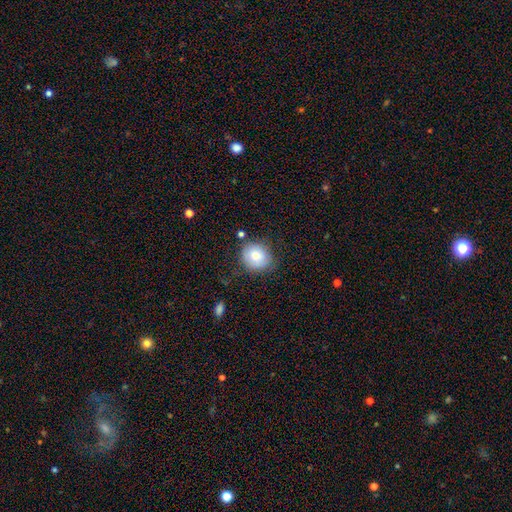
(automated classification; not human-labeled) Morphology: type=smooth (76%); roundness=round (73%); merging=none (73%).